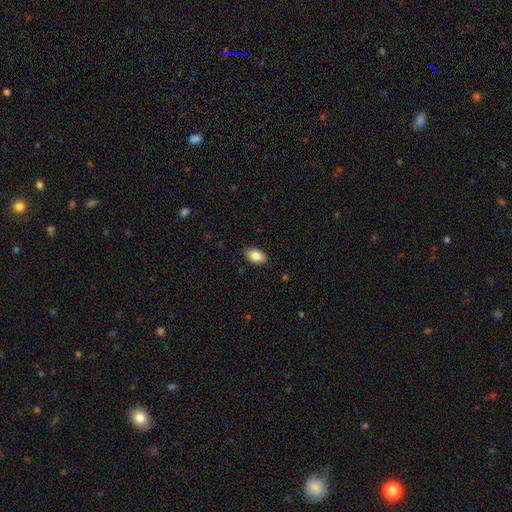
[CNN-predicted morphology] A smooth galaxy with no disk features (85%) that is in between round and cigar-shaped (92%).

Vote fractions:
- Smooth or featured? smooth: 85% / featured or disk: 8% / star or artifact: 7%
- How rounded? in between: 92% / round: 7% / cigar-shaped: 1%
- Merging? none: 87% / minor disturbance: 10% / major disturbance: 2% / merger: 1%